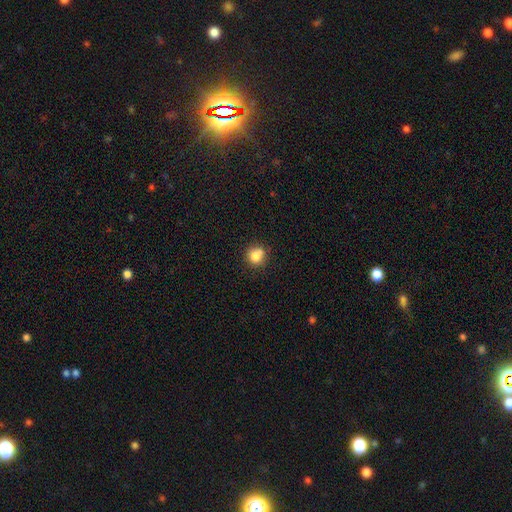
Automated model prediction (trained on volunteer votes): Smooth or featured? Predicted: smooth (p=0.81). How rounded? Predicted: round (p=0.86). Merging? Predicted: none (p=0.67).